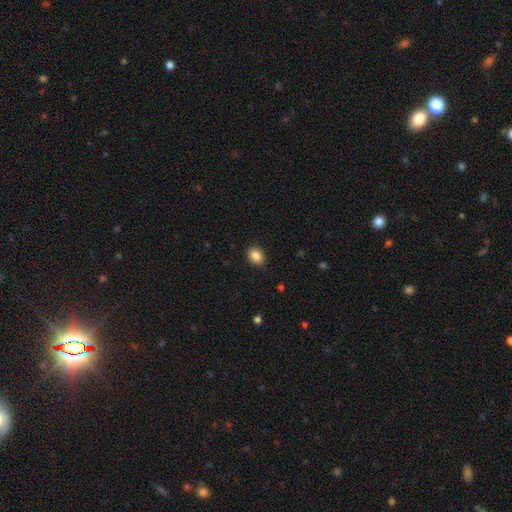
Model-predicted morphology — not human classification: smooth_or_featured: smooth (p=0.87) [alt: star or artifact p=0.09]
how_rounded: in between (p=0.59) [alt: round p=0.40]
merging: none (p=0.89) [alt: minor disturbance p=0.08]